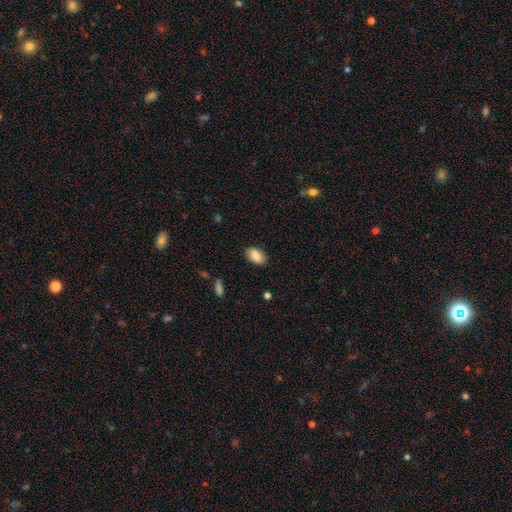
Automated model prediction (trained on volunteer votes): Smooth or featured? smooth (86%)
How rounded? in between (93%)
Merging? none (85%)